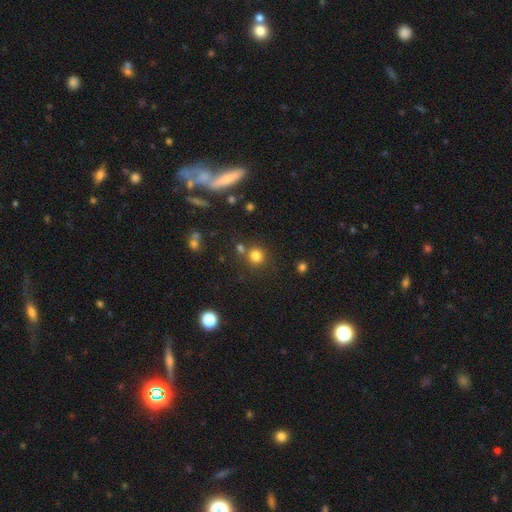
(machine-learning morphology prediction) Smooth or featured?
  - smooth: 79% *
  - star or artifact: 15%
  - featured or disk: 6%
How rounded?
  - round: 90% *
  - in between: 9%
  - cigar-shaped: 1%
Merging?
  - none: 74% *
  - merger: 14%
  - minor disturbance: 9%
  - major disturbance: 4%